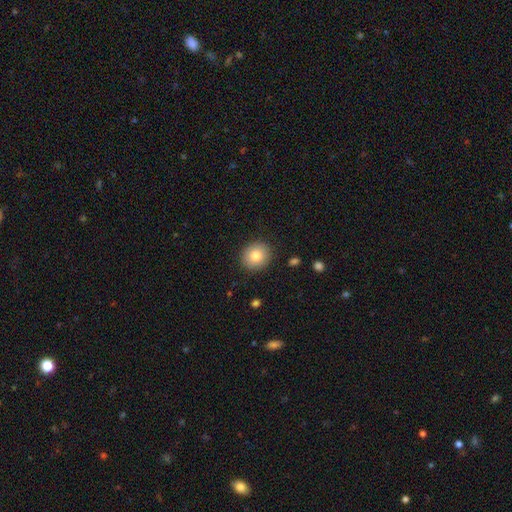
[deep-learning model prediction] smooth 80%, featured or disk 11%, star or artifact 9%. Down the decision tree: how rounded — round (80%); merging — none (90%).